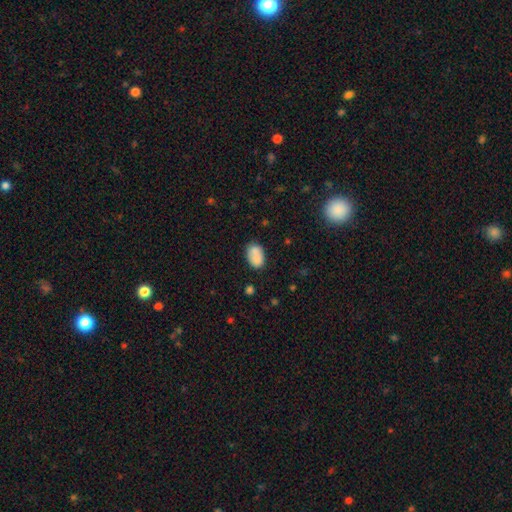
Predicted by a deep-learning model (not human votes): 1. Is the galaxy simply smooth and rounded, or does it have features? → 84% smooth, 9% featured or disk, 8% star or artifact.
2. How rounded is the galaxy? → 86% in between, 13% round, 1% cigar-shaped.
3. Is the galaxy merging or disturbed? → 66% none, 18% minor disturbance, 11% merger, 5% major disturbance.